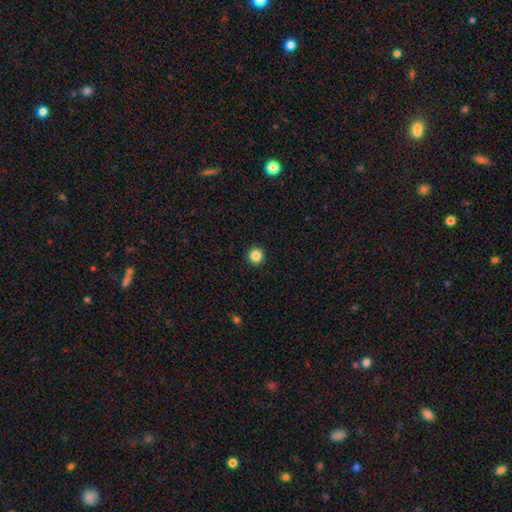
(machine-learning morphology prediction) Q: Smooth or featured?
A: smooth (85%); runner-up: star or artifact (11%)
Q: How rounded?
A: round (96%); runner-up: in between (3%)
Q: Merging?
A: none (94%); runner-up: minor disturbance (4%)